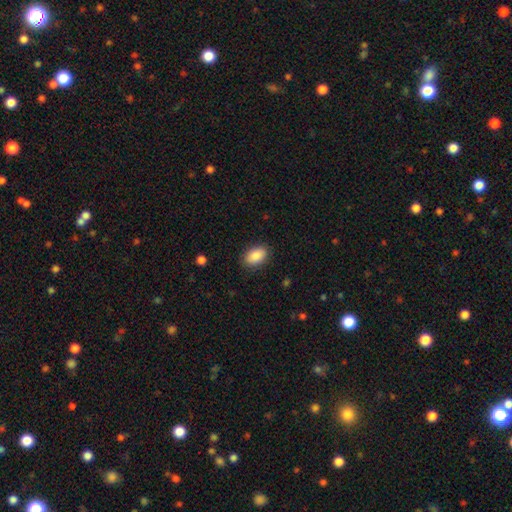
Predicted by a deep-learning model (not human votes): A smooth galaxy with no disk features (88%) that is in between round and cigar-shaped (89%).

Vote fractions:
- Smooth or featured? smooth: 88% / star or artifact: 7% / featured or disk: 5%
- How rounded? in between: 89% / round: 10% / cigar-shaped: 1%
- Merging? none: 87% / minor disturbance: 10% / major disturbance: 2% / merger: 1%